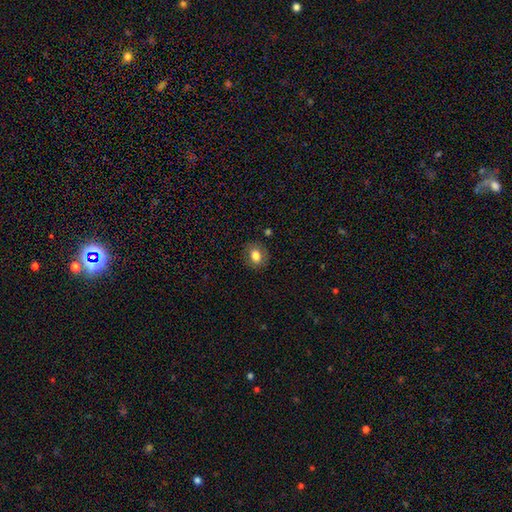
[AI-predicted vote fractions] A smooth galaxy with no disk features (77%) that is round (54%). Merging: none (84%).